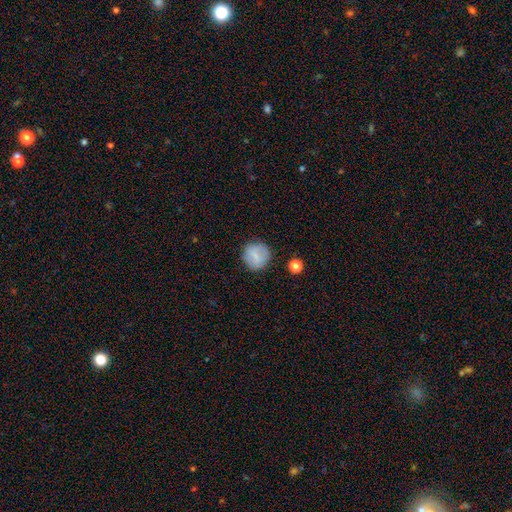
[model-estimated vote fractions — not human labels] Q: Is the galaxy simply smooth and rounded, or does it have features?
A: smooth — 75%.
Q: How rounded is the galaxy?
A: round — 90%.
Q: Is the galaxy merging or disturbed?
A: none — 83%.